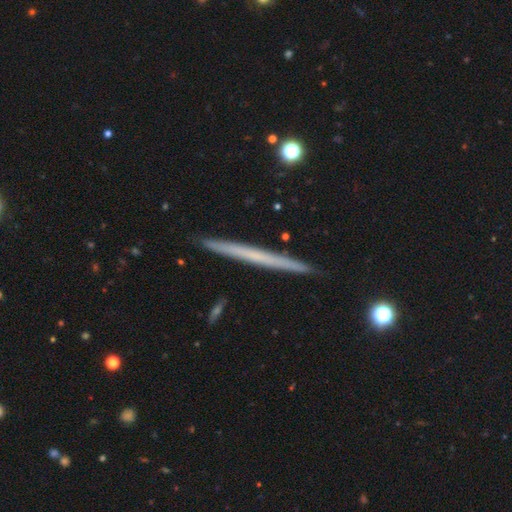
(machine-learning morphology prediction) featured or disk 53%, smooth 41%, star or artifact 6%. Down the decision tree: edge-on disk — yes (98%); edge-on bulge — none (91%); merging — none (92%).